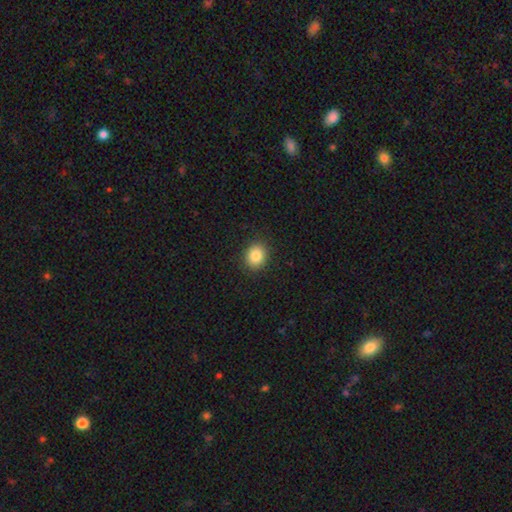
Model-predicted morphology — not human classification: smooth 85%, star or artifact 10%, featured or disk 6%. Down the decision tree: how rounded — round (64%); merging — none (90%).